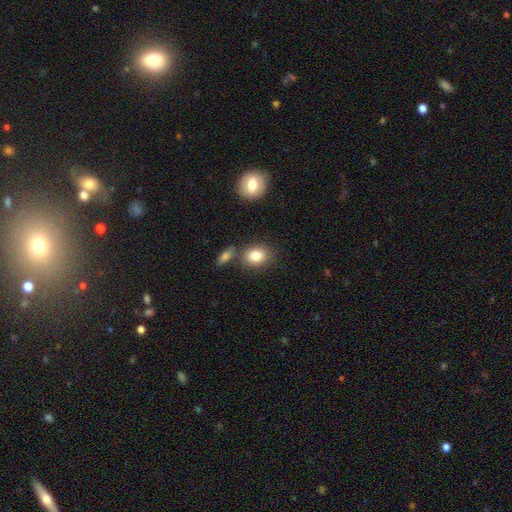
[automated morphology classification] Overall: smooth (83%). How rounded: in between (59%; round 40%). Merging: none (69%).